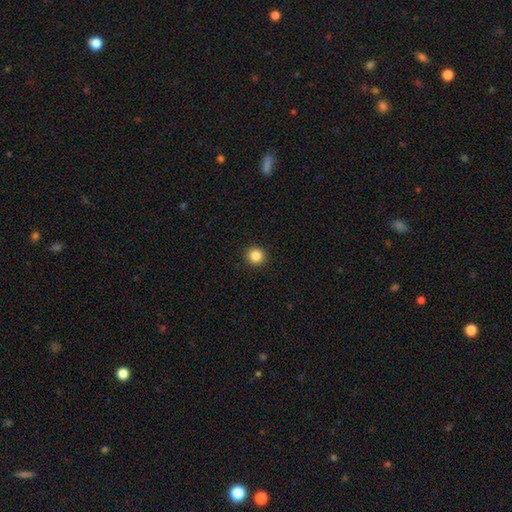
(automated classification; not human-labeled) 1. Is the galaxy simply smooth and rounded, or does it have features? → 85% smooth, 11% star or artifact, 4% featured or disk.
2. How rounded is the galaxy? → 92% round, 7% in between, 1% cigar-shaped.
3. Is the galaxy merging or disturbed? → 93% none, 5% minor disturbance, 2% major disturbance, 1% merger.